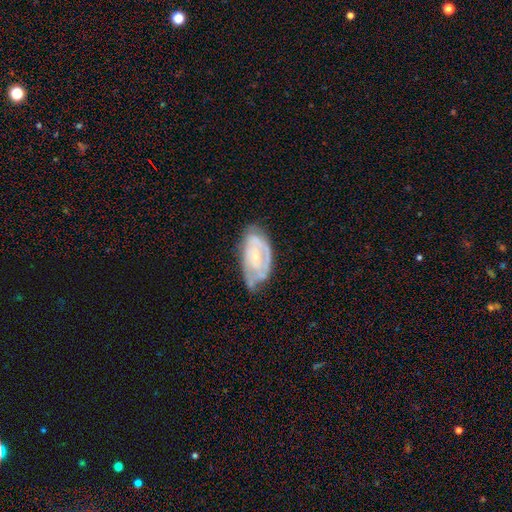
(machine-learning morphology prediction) A featured or disk galaxy (72%) with no bar (60%), tight (60%) spiral arms (76%) and a small central bulge (69%). Merging: none (49%).